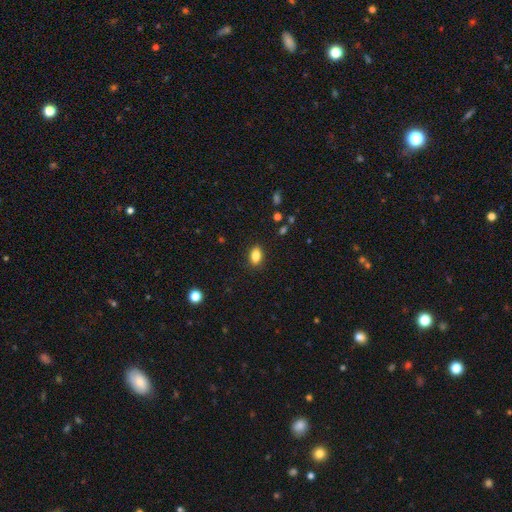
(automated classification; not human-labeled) The model was most divided on "smooth or featured": smooth: 85%, star or artifact: 9%, featured or disk: 6%. More confident: merging — none (87%); how rounded — in between (87%).